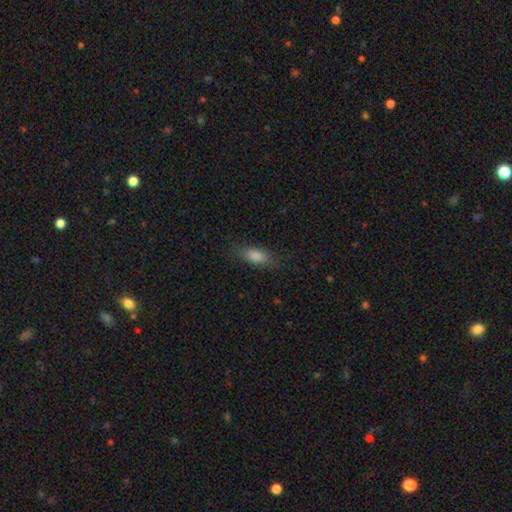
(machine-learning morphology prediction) A smooth galaxy with no disk features (79%) that is in between round and cigar-shaped (69%). Merging: none (81%).